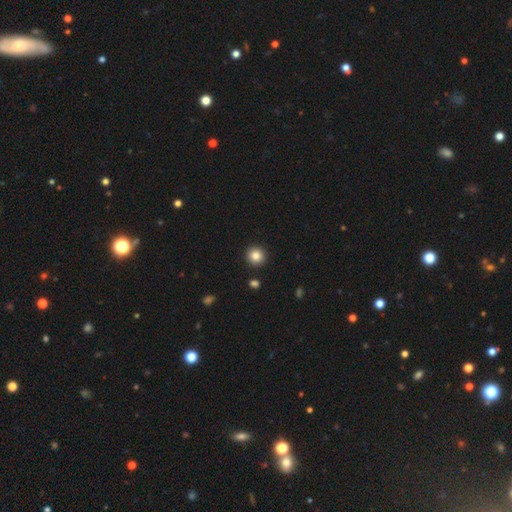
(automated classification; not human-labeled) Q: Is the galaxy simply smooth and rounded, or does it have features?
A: smooth — 85%.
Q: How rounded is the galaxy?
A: round — 94%.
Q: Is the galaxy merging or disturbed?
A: none — 92%.